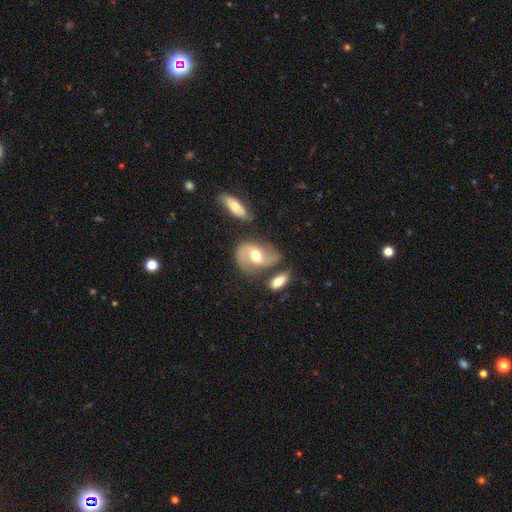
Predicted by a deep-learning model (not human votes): A featured or disk galaxy (65%) with no bar (47%), 2 (87%) loose (48%) spiral arms (87%) and a moderate central bulge (74%).

Vote fractions:
- Smooth or featured? featured or disk: 65% / smooth: 28% / star or artifact: 7%
- Edge-on disk? no: 95% / yes: 5%
- Bar? no: 47% / weak: 40% / strong: 13%
- Spiral arms? yes: 87% / no: 13%
- Spiral winding? loose: 48% / medium: 39% / tight: 13%
- Spiral arm count? 2: 87% / can't tell: 6% / 1: 4% / 3: 1% / 4: 1% / more than 4: 1%
- Bulge size? moderate: 74% / large: 13% / small: 10% / dominant: 1% / none: 1%
- Merging? none: 54% / minor disturbance: 21% / merger: 16% / major disturbance: 9%